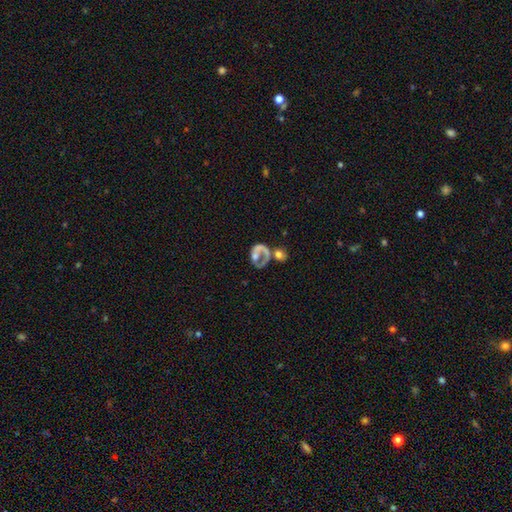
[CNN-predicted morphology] smooth-or-featured: featured or disk: 58% | smooth: 32% | star or artifact: 10%
  disk-edge-on: no: 97% | yes: 3%
    bar: no: 84% | weak: 12% | strong: 5%
    has-spiral-arms: no: 67% | yes: 33%
    bulge-size: none: 36% | moderate: 31% | small: 21% | large: 9% | dominant: 3%
  merging: major disturbance: 34% | merger: 27% | none: 26% | minor disturbance: 12%